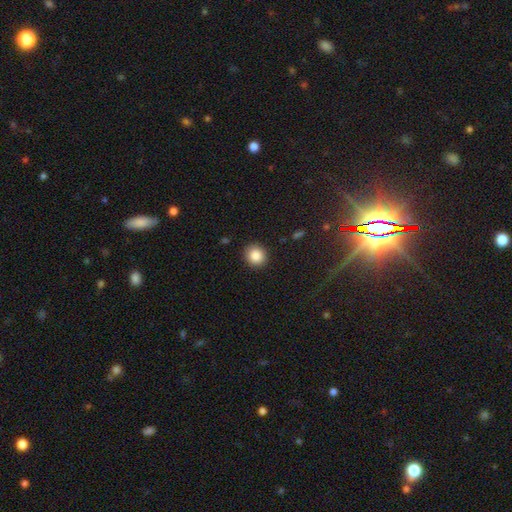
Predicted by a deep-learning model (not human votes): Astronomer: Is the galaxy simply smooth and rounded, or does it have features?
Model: smooth — 87%.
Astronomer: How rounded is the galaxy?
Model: round — 85%.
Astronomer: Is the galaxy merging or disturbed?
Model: none — 90%.